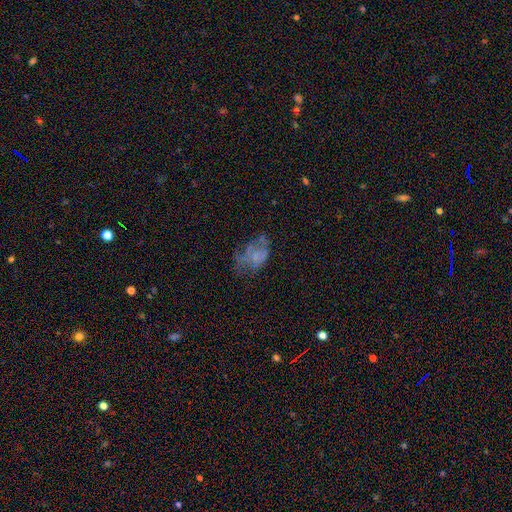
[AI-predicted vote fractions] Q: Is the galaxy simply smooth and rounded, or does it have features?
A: featured or disk — 45%.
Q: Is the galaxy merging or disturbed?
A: major disturbance — 38%.